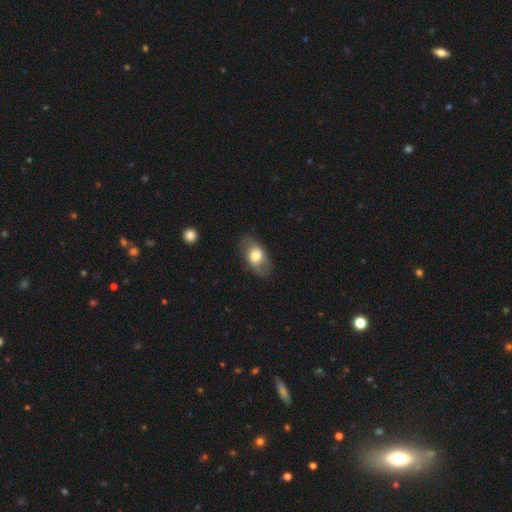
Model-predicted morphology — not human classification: This is likely a smooth galaxy (60%). How rounded: clearly in between (86%). Merging: likely none (79%).